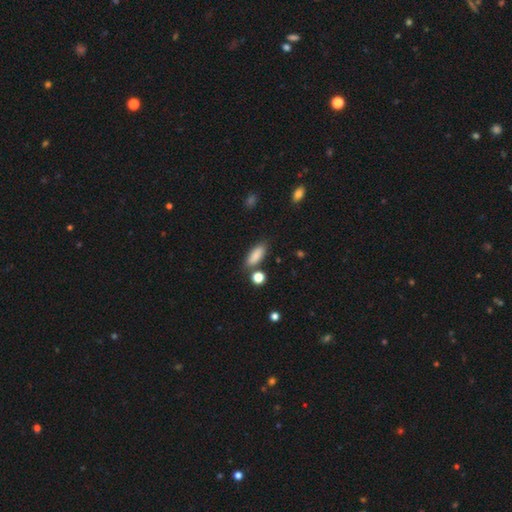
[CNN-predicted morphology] smooth_or_featured: smooth (p=0.87) [alt: star or artifact p=0.08]
how_rounded: in between (p=0.73) [alt: cigar-shaped p=0.23]
merging: none (p=0.76) [alt: minor disturbance p=0.13]